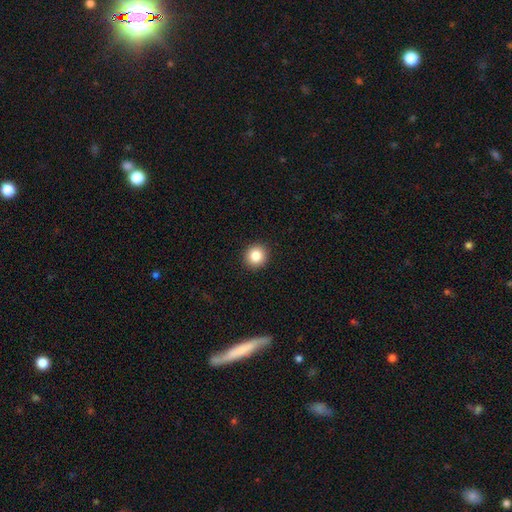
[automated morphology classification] smooth_or_featured: smooth (p=0.85) [alt: star or artifact p=0.10]
how_rounded: round (p=0.92) [alt: in between p=0.07]
merging: none (p=0.93) [alt: minor disturbance p=0.05]